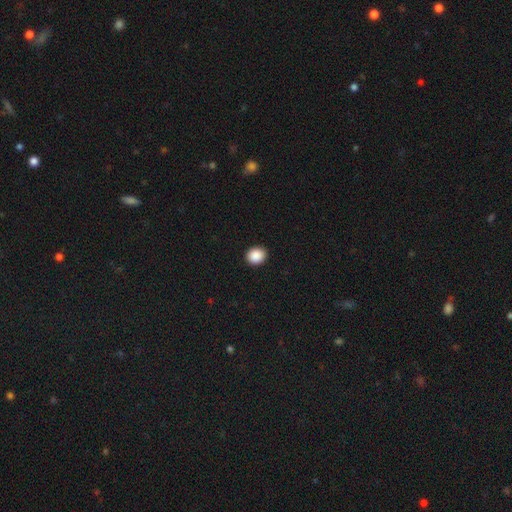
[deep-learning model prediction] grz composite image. It shows a smooth galaxy with no disk features (90%) that is round (66%). Merging: none (92%).